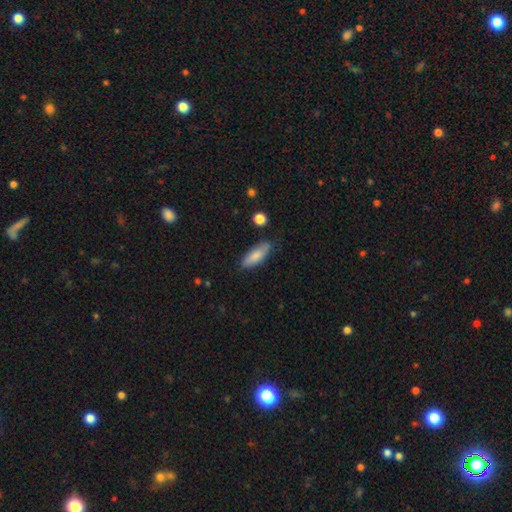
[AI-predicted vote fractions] Smooth or featured? Predicted: smooth (p=0.80). How rounded? Predicted: in between (p=0.69). Merging? Predicted: none (p=0.74).